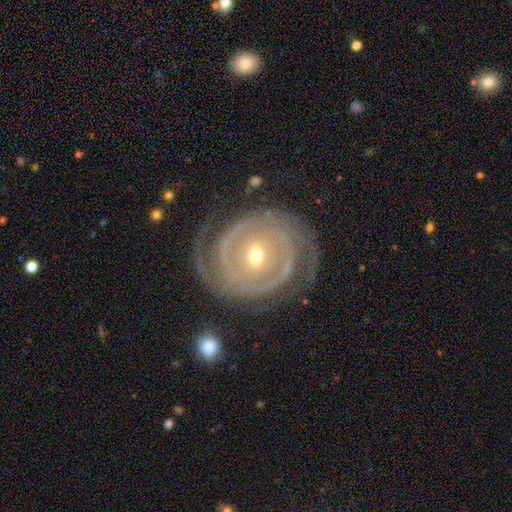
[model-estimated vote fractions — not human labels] Smooth or featured: featured or disk — 88% (smooth — 7%)
Edge-on disk: no — 97% (yes — 3%)
Bar: weak — 40% (no — 35%)
Spiral arms: yes — 92% (no — 8%)
Spiral winding: tight — 69% (medium — 23%)
Spiral arm count: 2 — 58% (can't tell — 17%)
Bulge size: small — 48% (tied with moderate — 48%)
Merging: none — 71% (minor disturbance — 16%)